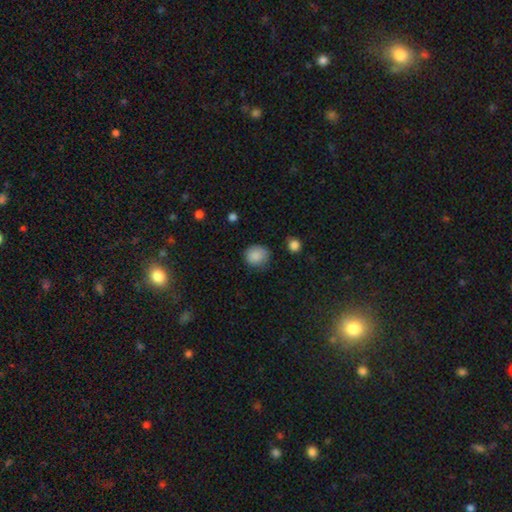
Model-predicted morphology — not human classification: This appears to be a smooth galaxy with no disk features (87%) that is round (81%). Merging: none (73%).